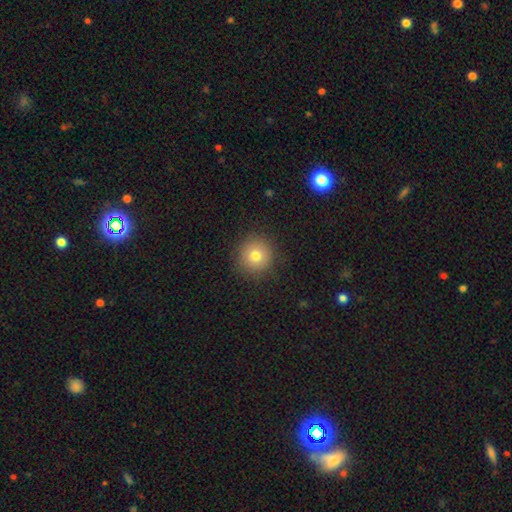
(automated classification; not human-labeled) Smooth or featured: smooth — 77% (star or artifact — 12%)
How rounded: round — 94% (in between — 5%)
Merging: none — 90% (minor disturbance — 7%)